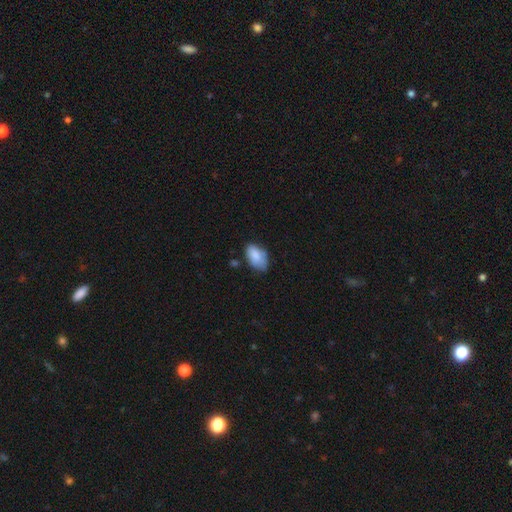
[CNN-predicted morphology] This appears to be a smooth galaxy with no disk features (81%) that is in between round and cigar-shaped (93%). Merging: none (56%).